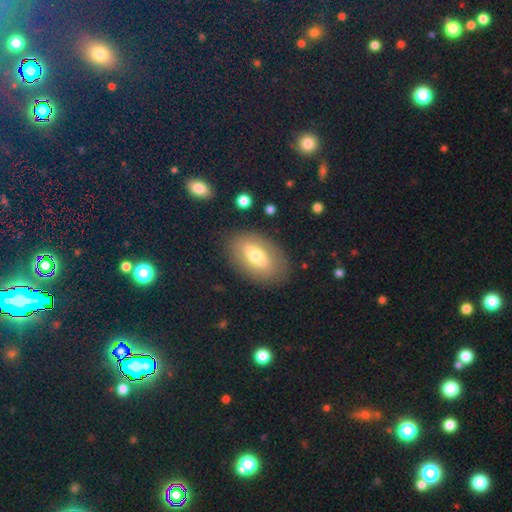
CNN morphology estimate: This is possibly a smooth galaxy (55%). How rounded: clearly in between (89%). Merging: clearly none (81%).